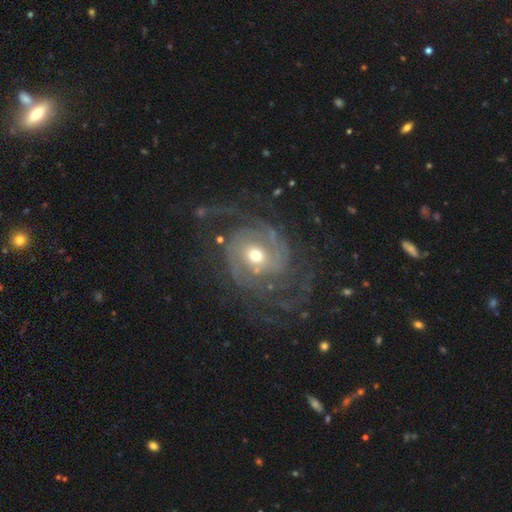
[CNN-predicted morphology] Smooth or featured: featured or disk — 88% (star or artifact — 6%)
Edge-on disk: no — 98% (yes — 2%)
Bar: no — 67% (weak — 24%)
Spiral arms: yes — 96% (no — 4%)
Spiral winding: tight — 46% (medium — 37%)
Spiral arm count: 2 — 39% (can't tell — 19%)
Bulge size: moderate — 55% (small — 39%)
Merging: none — 63% (major disturbance — 20%)